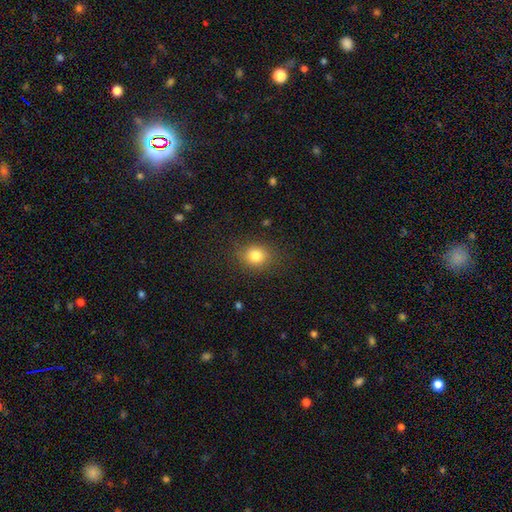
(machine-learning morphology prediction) A smooth galaxy with no disk features (82%) that is round (66%). Merging: none (84%).